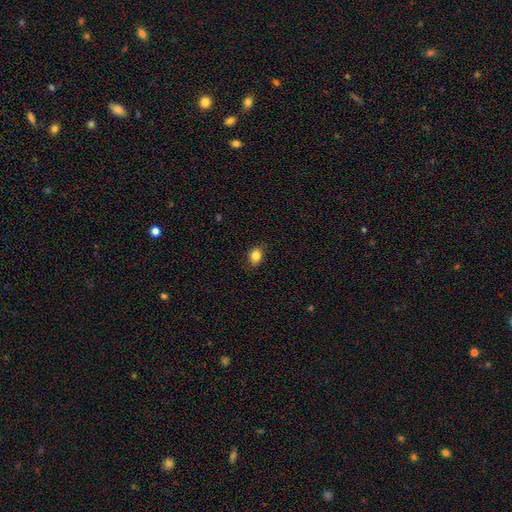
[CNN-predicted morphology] Q: Smooth or featured?
A: smooth (85%); runner-up: star or artifact (10%)
Q: How rounded?
A: in between (59%); runner-up: round (40%)
Q: Merging?
A: none (87%); runner-up: minor disturbance (10%)